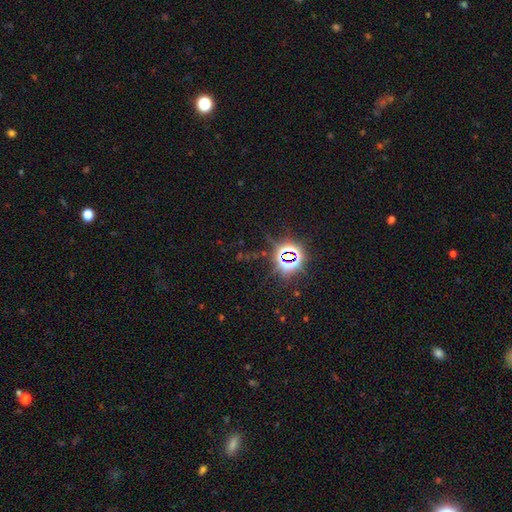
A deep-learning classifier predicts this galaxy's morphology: Q: Smooth or featured?
A: star or artifact (81%); runner-up: smooth (11%)